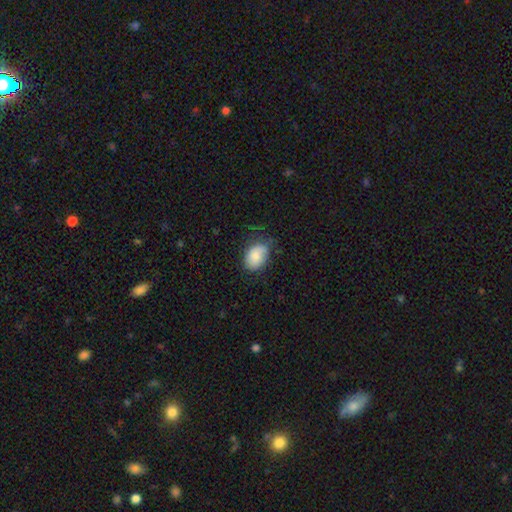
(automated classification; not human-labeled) Smooth or featured? smooth (83%)
How rounded? in between (83%)
Merging? none (60%)